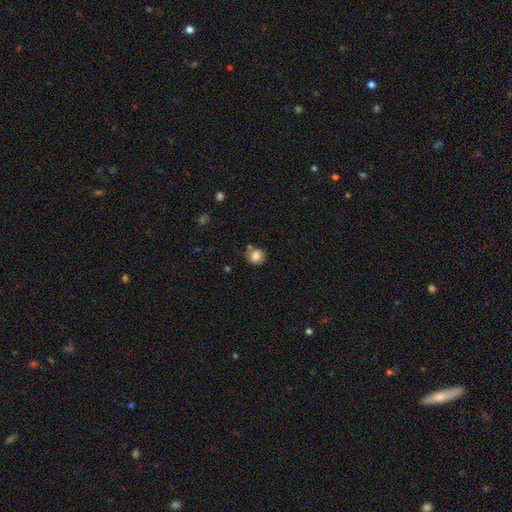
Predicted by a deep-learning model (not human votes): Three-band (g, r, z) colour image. It shows a smooth galaxy with no disk features (83%) that is round (86%). Merging: none (71%).